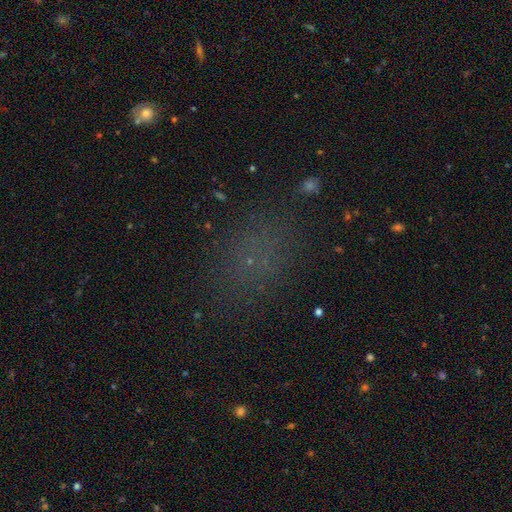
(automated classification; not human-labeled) smooth_or_featured: smooth (p=0.57) [alt: star or artifact p=0.34]
how_rounded: in between (p=0.56) [alt: round p=0.42]
merging: none (p=0.79) [alt: minor disturbance p=0.13]